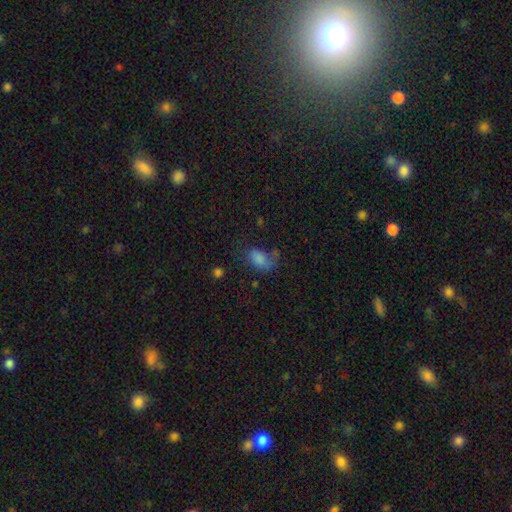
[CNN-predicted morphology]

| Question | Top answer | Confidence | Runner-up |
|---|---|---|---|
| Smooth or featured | smooth | 61% | featured or disk (20%) |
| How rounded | in between | 84% | round (14%) |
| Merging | none | 45% | major disturbance (26%) |